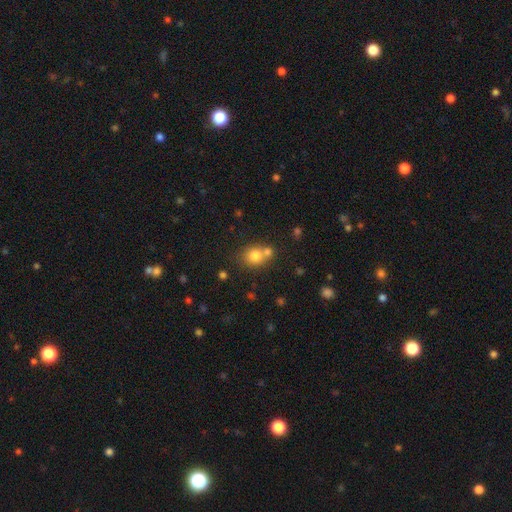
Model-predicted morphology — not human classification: smooth 78%, star or artifact 11%, featured or disk 11%. Down the decision tree: how rounded — round (76%); merging — none (49%).